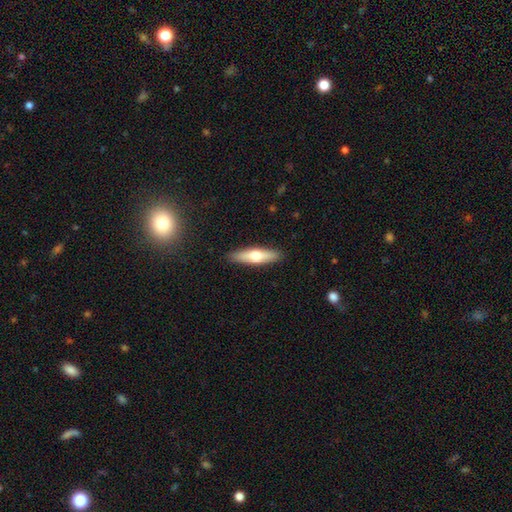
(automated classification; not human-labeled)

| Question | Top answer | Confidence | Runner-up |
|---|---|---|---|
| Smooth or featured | smooth | 55% | featured or disk (40%) |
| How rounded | cigar-shaped | 66% | in between (32%) |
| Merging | none | 89% | minor disturbance (8%) |